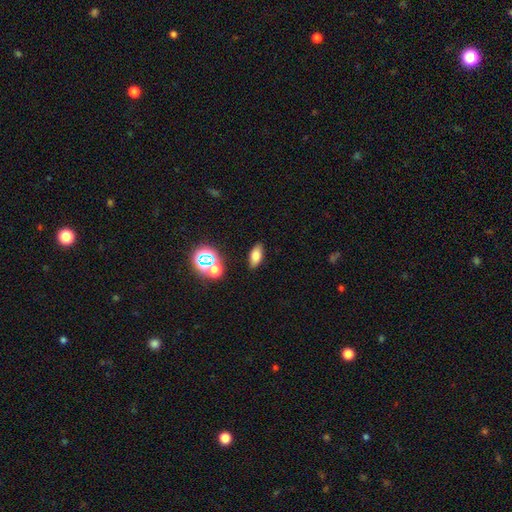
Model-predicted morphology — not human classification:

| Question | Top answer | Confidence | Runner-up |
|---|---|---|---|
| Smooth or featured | smooth | 73% | star or artifact (14%) |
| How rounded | in between | 82% | cigar-shaped (11%) |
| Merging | none | 85% | minor disturbance (9%) |